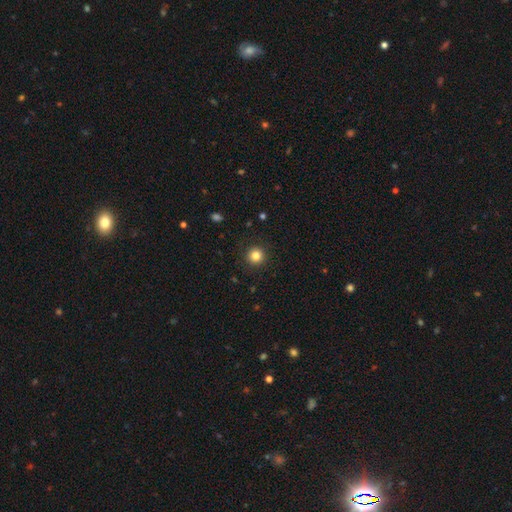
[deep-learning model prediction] A smooth galaxy with no disk features (83%) that is round (95%). Merging: none (92%).